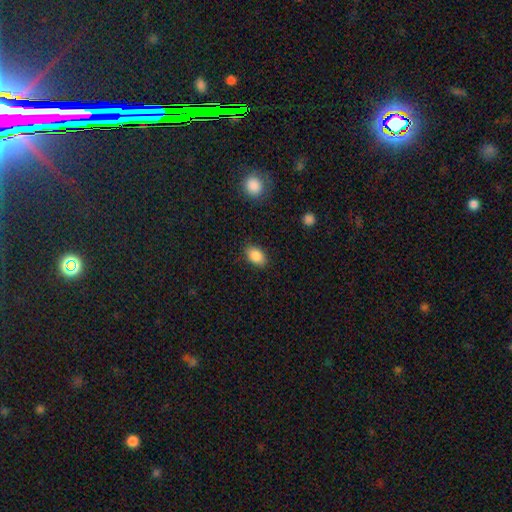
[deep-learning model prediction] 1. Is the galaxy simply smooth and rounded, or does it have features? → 87% smooth, 8% star or artifact, 5% featured or disk.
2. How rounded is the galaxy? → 83% in between, 16% round, 2% cigar-shaped.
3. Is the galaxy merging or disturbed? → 86% none, 10% minor disturbance, 3% major disturbance, 1% merger.